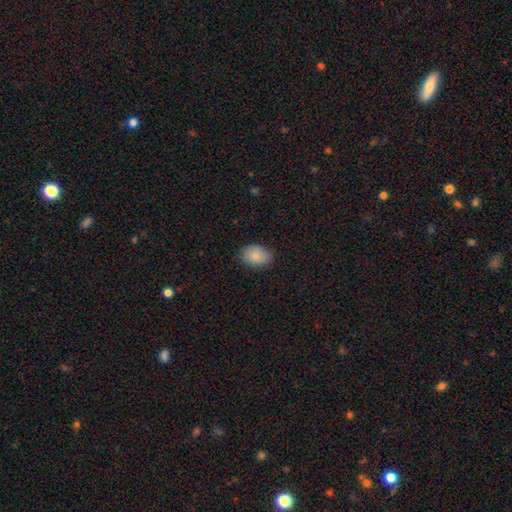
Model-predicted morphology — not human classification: type=smooth (86%); roundness=in between (78%); merging=none (82%).